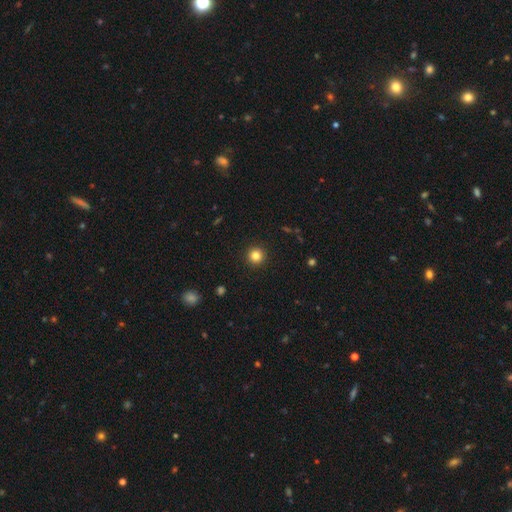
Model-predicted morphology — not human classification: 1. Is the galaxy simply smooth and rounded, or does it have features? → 83% smooth, 12% star or artifact, 5% featured or disk.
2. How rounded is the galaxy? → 96% round, 3% in between, 1% cigar-shaped.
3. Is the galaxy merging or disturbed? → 93% none, 4% minor disturbance, 2% major disturbance, 1% merger.